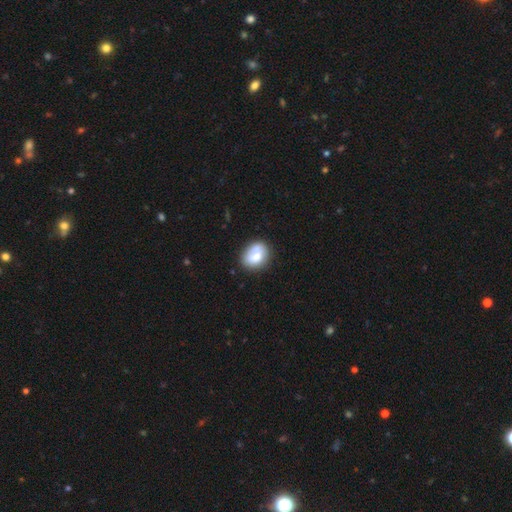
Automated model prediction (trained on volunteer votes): Smooth or featured? Predicted: smooth (p=0.69). How rounded? Predicted: in between (p=0.52). Merging? Predicted: none (p=0.51).